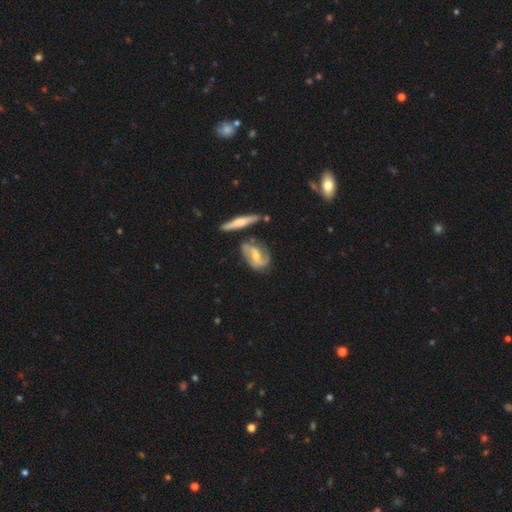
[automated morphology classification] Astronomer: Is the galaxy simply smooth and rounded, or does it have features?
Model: featured or disk — 77%.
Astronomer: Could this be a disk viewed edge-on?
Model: no — 91%.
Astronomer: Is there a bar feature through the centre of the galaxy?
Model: weak — 45% (runner-up: no, 30%).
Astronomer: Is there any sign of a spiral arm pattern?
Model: yes — 92%.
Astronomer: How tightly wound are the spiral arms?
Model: medium — 43% (runner-up: loose, 41%).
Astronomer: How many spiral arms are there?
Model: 2 — 84%.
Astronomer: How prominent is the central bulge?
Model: small — 47% (runner-up: moderate, 46%).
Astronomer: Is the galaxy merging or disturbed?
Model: none — 61%.